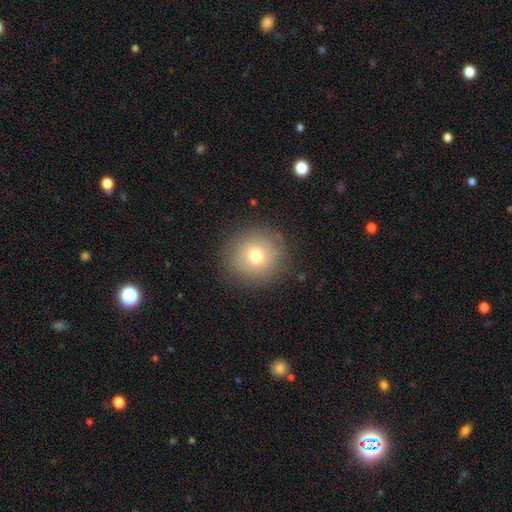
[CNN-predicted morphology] Smooth or featured? smooth (74%)
How rounded? round (94%)
Merging? none (88%)